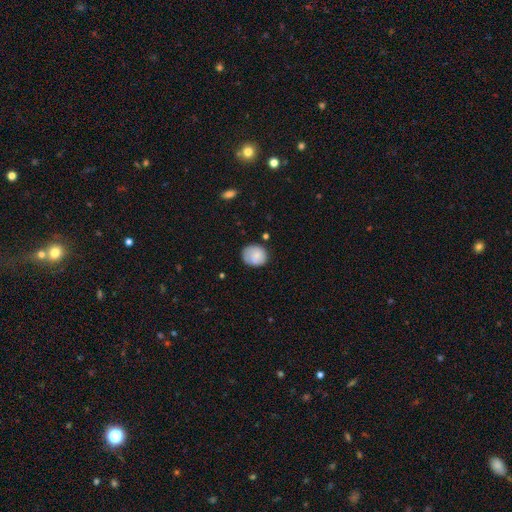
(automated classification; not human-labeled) This is likely a smooth galaxy (78%). How rounded: likely round (73%). Merging: likely none (68%).